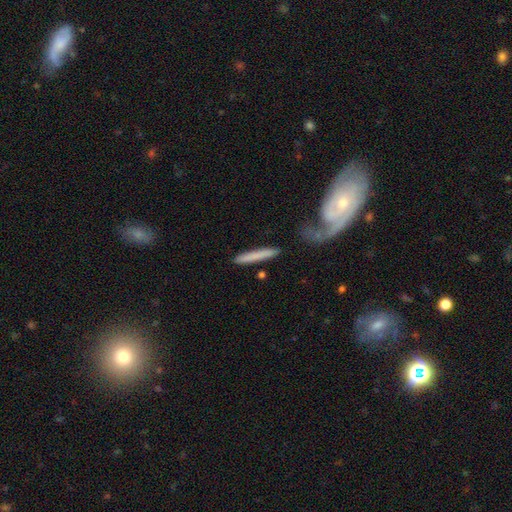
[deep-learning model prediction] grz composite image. It shows a smooth galaxy with no disk features (68%) that is cigar-shaped (93%). Merging: none (77%).